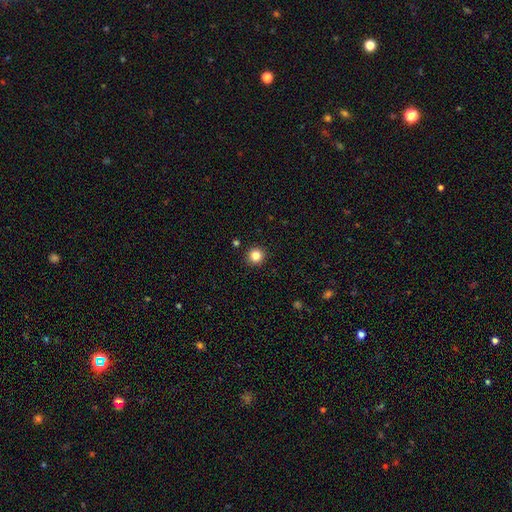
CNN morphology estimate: This is clearly a smooth galaxy (83%). How rounded: clearly round (94%). Merging: clearly none (92%).